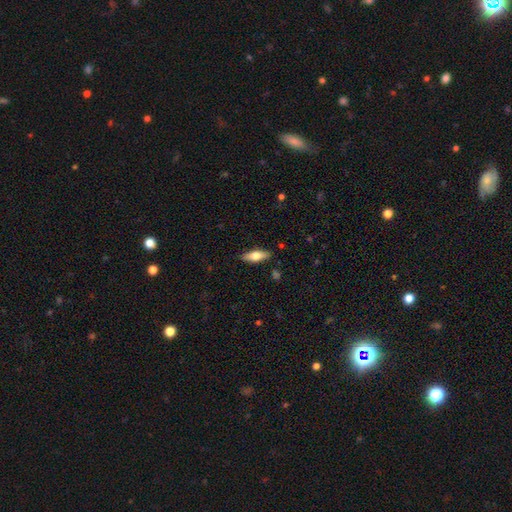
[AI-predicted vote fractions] Smooth or featured? Predicted: smooth (p=0.58). How rounded? Predicted: in between (p=0.59). Merging? Predicted: none (p=0.88).